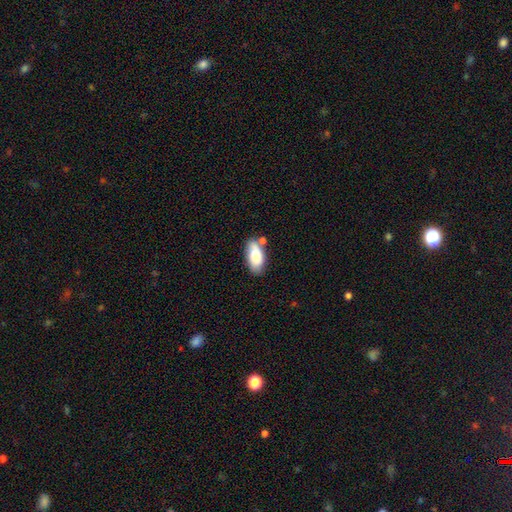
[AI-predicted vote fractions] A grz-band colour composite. It shows a smooth galaxy with no disk features (79%) that is in between round and cigar-shaped (90%). Merging: none (59%).